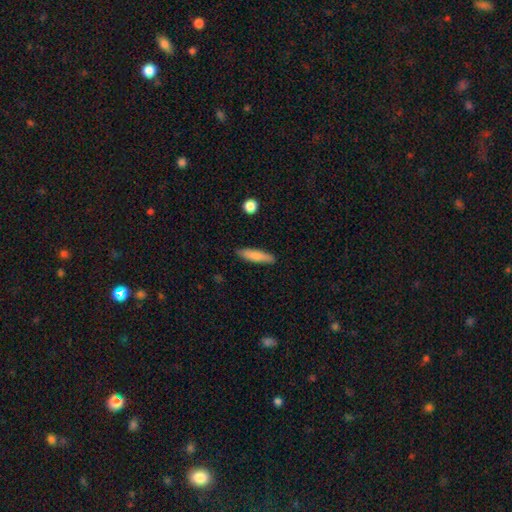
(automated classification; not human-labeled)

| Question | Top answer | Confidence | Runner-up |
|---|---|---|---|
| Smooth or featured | smooth | 81% | featured or disk (13%) |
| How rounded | cigar-shaped | 81% | in between (18%) |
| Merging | none | 88% | minor disturbance (8%) |